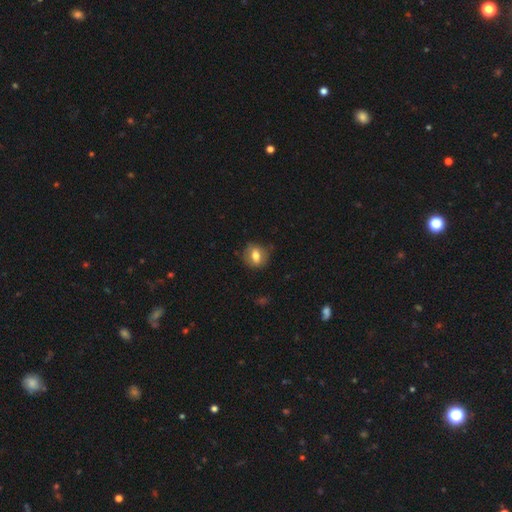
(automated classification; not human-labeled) Smooth or featured: smooth — 67% (featured or disk — 24%)
How rounded: round — 57% (in between — 41%)
Merging: none — 74% (minor disturbance — 19%)